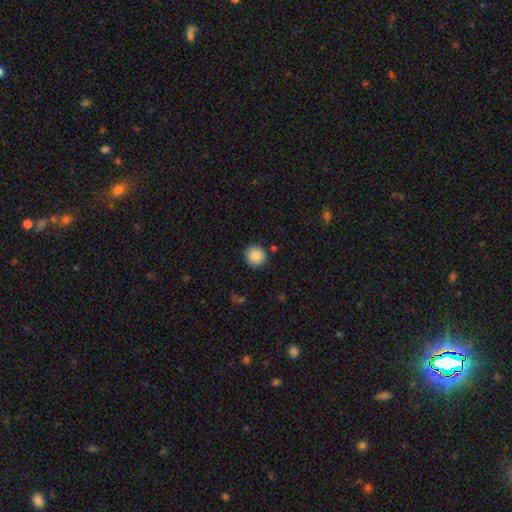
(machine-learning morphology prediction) Smooth or featured? Predicted: smooth (p=0.88). How rounded? Predicted: round (p=0.94). Merging? Predicted: none (p=0.90).